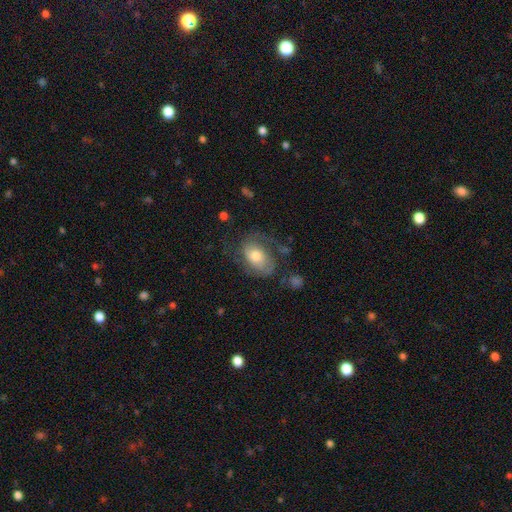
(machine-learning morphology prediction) The model was most divided on "smooth or featured": featured or disk: 53%, smooth: 40%, star or artifact: 8%. Remaining: edge-on disk — no (96%); spiral arms — yes (76%); bar — no (74%); bulge size — moderate (63%); merging — none (49%).